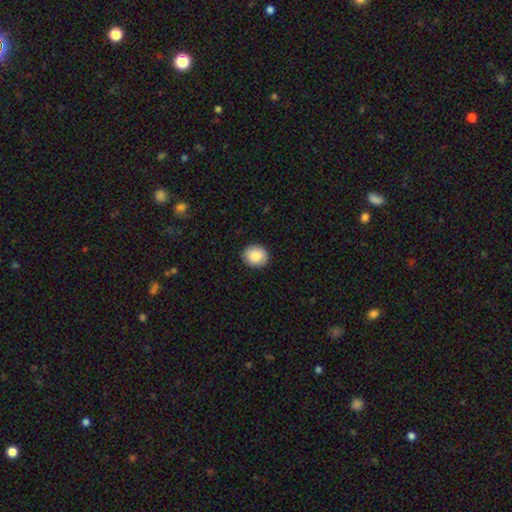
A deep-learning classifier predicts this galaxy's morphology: This appears to be a smooth galaxy with no disk features (87%) that is round (69%). Merging: none (91%).